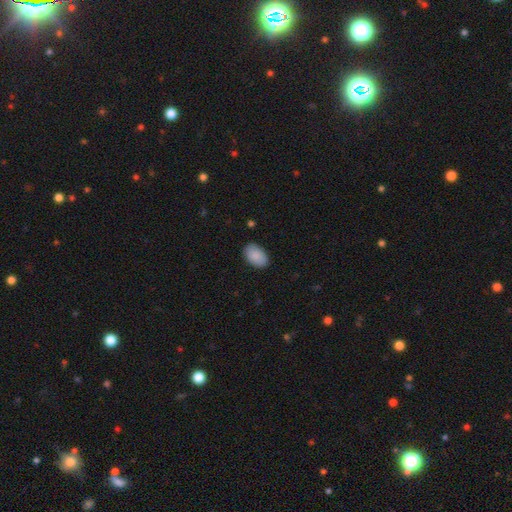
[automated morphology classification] Smooth or featured?
  - smooth: 89% *
  - star or artifact: 6%
  - featured or disk: 5%
How rounded?
  - in between: 91% *
  - round: 8%
  - cigar-shaped: 1%
Merging?
  - none: 86% *
  - minor disturbance: 11%
  - major disturbance: 2%
  - merger: 1%